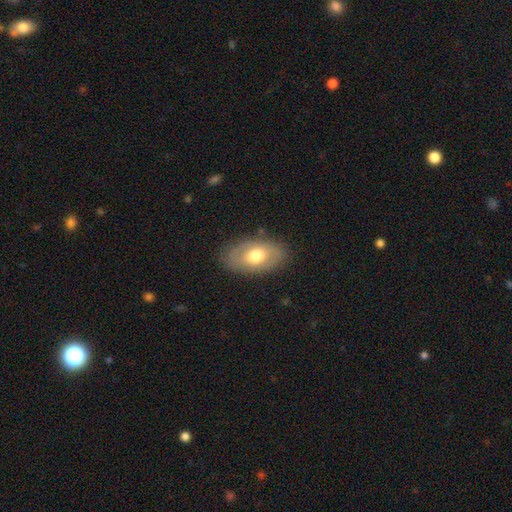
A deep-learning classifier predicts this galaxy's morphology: The model was most divided on "smooth or featured": smooth: 57%, featured or disk: 37%, star or artifact: 6%. More confident: how rounded — in between (91%); merging — none (81%).